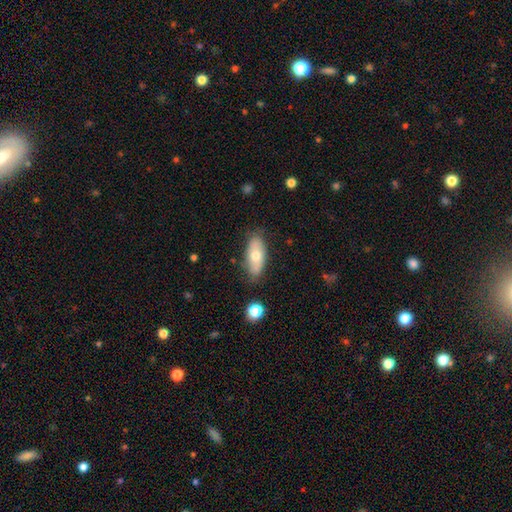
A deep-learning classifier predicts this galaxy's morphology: The model was most divided on "smooth or featured": smooth: 67%, featured or disk: 27%, star or artifact: 7%. More confident: how rounded — in between (86%); merging — none (77%).